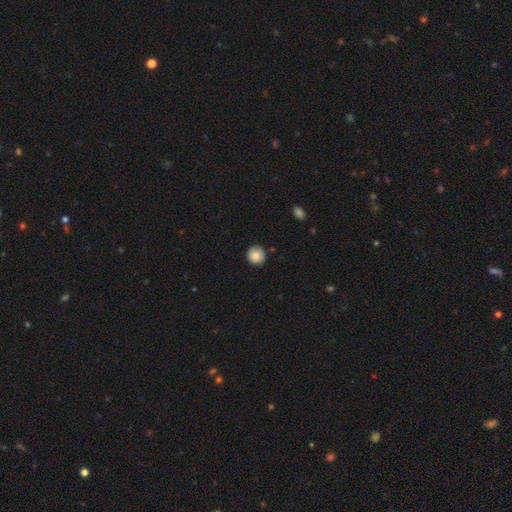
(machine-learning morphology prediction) type=smooth (85%); roundness=round (92%); merging=none (87%).